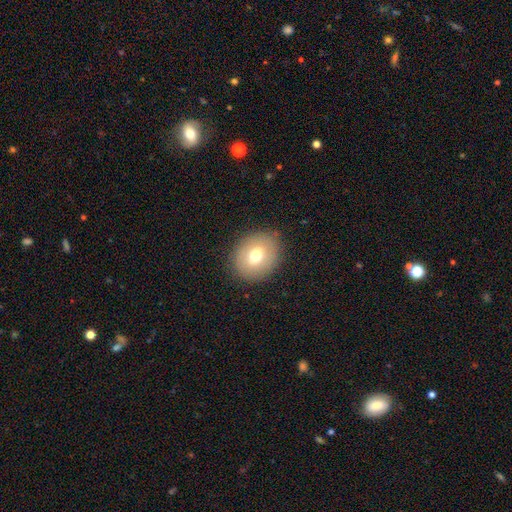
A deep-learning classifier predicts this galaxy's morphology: Q: Smooth or featured?
A: smooth (67%); runner-up: featured or disk (23%)
Q: How rounded?
A: round (53%); runner-up: in between (46%)
Q: Merging?
A: none (86%); runner-up: minor disturbance (10%)